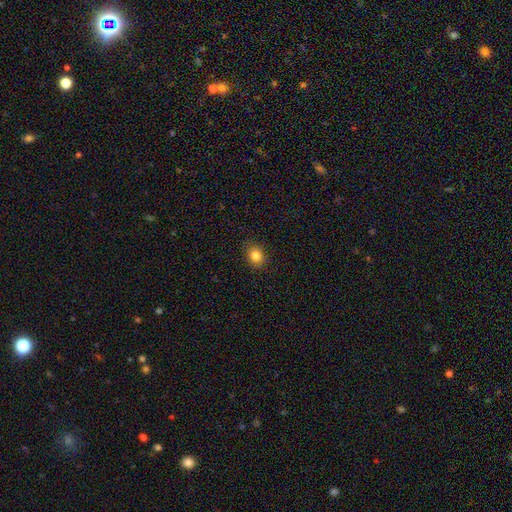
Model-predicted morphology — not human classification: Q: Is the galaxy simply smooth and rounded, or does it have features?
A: smooth — 83%.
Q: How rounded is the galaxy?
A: round — 56%.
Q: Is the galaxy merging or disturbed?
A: none — 88%.